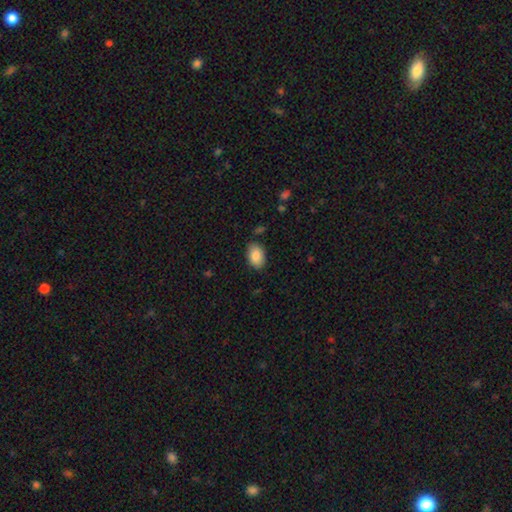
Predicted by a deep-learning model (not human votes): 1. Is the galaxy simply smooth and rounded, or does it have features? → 87% smooth, 7% star or artifact, 6% featured or disk.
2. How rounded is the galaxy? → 87% in between, 12% round, 1% cigar-shaped.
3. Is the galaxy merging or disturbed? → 84% none, 12% minor disturbance, 2% major disturbance, 2% merger.